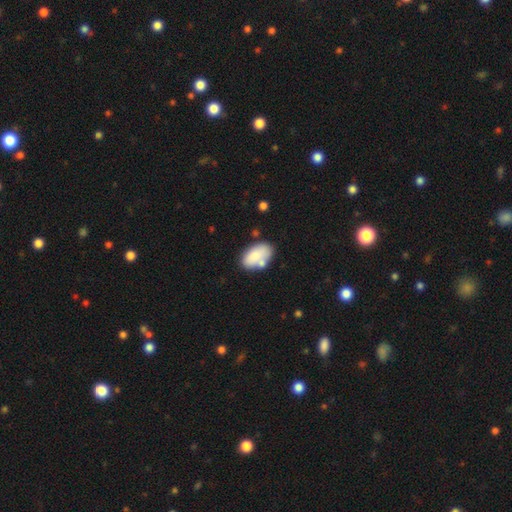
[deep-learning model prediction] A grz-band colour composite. It shows a smooth galaxy with no disk features (77%) that is in between round and cigar-shaped (93%). Merging: none (59%).